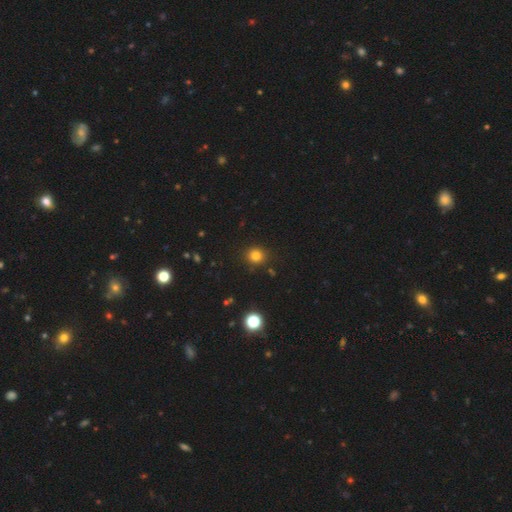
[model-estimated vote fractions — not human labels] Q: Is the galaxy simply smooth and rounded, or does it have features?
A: smooth — 79%.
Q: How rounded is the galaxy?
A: round — 89%.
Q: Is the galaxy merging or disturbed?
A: none — 89%.